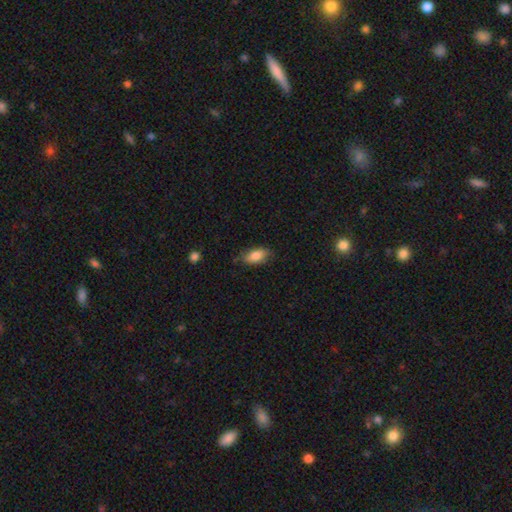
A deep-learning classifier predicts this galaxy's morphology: type=smooth (82%); roundness=in between (88%); merging=none (74%).